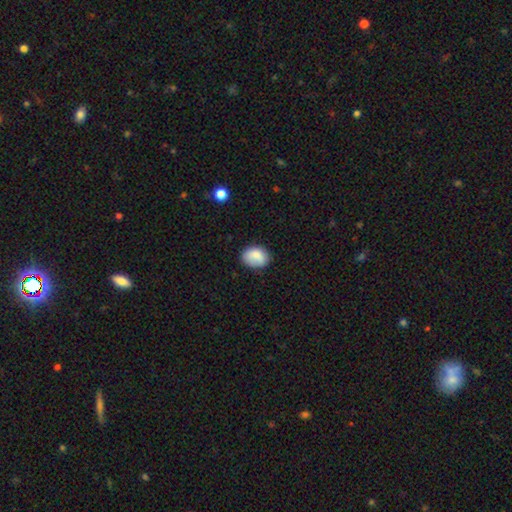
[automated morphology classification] smooth-or-featured: smooth: 84% | featured or disk: 8% | star or artifact: 8%
  how-rounded: in between: 63% | round: 36% | cigar-shaped: 1%
  merging: none: 70% | minor disturbance: 23% | major disturbance: 5% | merger: 2%